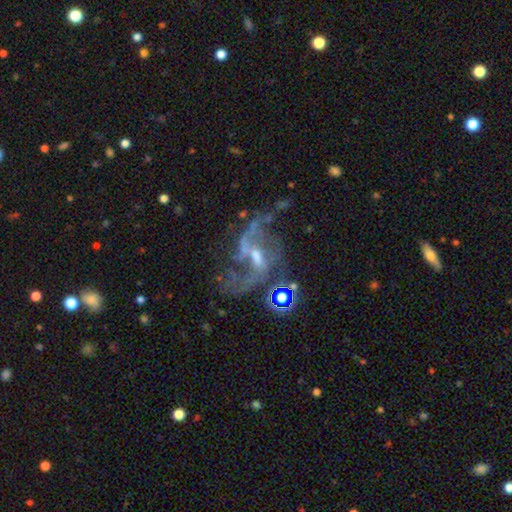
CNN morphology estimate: Smooth or featured? featured or disk (80%)
Edge-on disk? no (97%)
Bar? weak (50%)
Spiral arms? yes (86%)
Spiral winding? loose (65%)
Spiral arm count? 2 (70%)
Bulge size? small (42%)
Merging? none (43%)